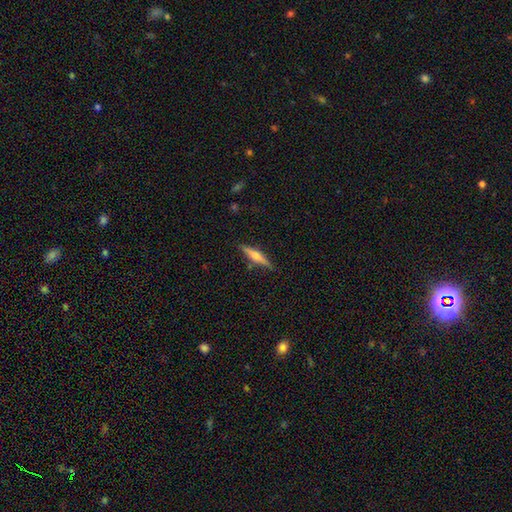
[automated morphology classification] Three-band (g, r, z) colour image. It shows a featured or disk galaxy (50%). Merging: none (83%).